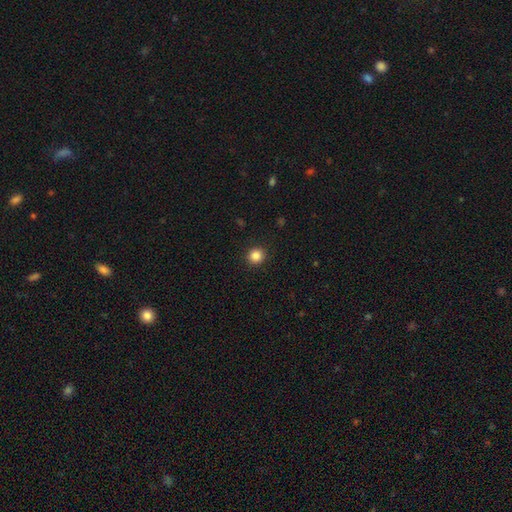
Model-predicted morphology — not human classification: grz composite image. It shows a smooth galaxy with no disk features (86%) that is round (93%). Merging: none (92%).